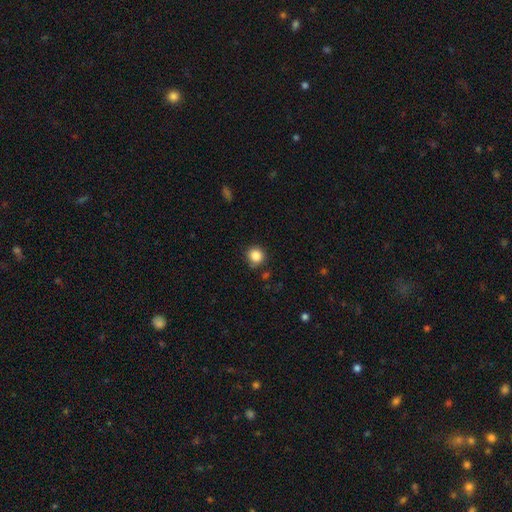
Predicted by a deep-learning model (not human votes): smooth 85%, star or artifact 10%, featured or disk 4%. Down the decision tree: how rounded — round (91%); merging — none (85%).